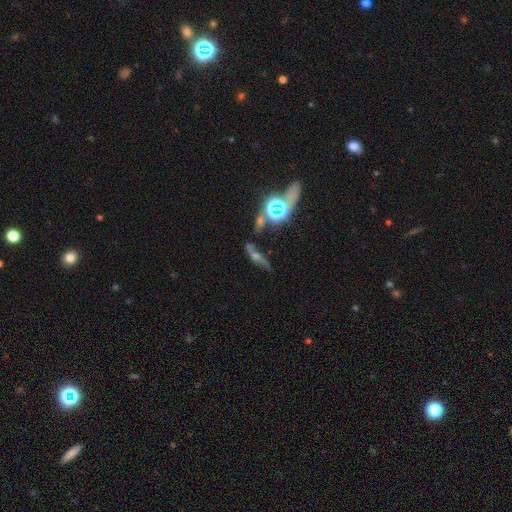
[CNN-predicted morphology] Smooth or featured? featured or disk (51%)
Edge-on disk? yes (53%)
Merging? none (55%)